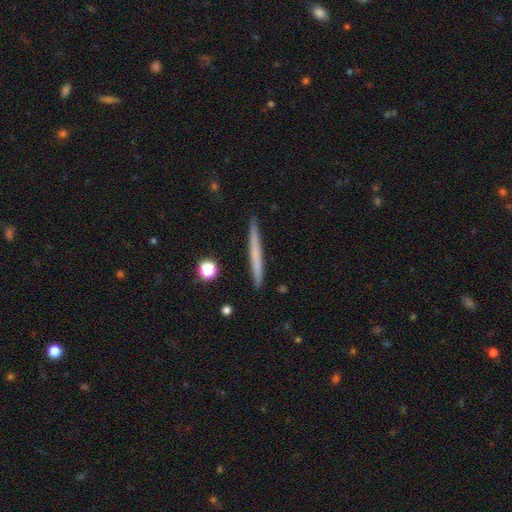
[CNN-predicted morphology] Smooth or featured?
  - smooth: 55% *
  - featured or disk: 38%
  - star or artifact: 6%
How rounded?
  - cigar-shaped: 97% *
  - in between: 2%
  - round: 1%
Merging?
  - none: 92% *
  - minor disturbance: 6%
  - merger: 1%
  - major disturbance: 1%